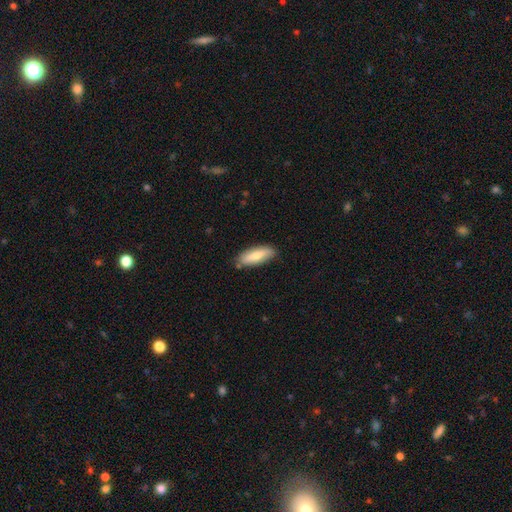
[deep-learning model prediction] Smooth or featured: smooth — 71% (featured or disk — 23%)
How rounded: in between — 63% (cigar-shaped — 35%)
Merging: none — 81% (minor disturbance — 14%)